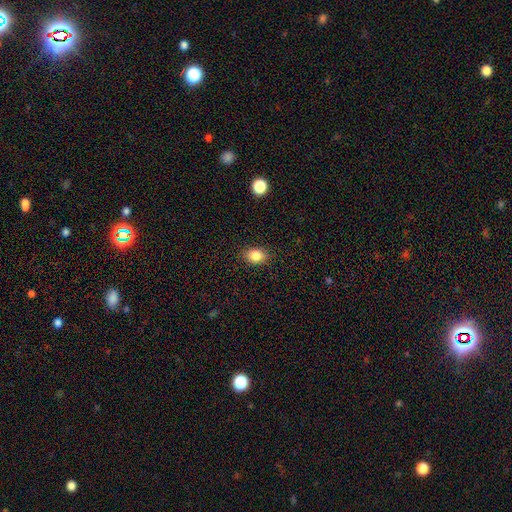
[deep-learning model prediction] smooth-or-featured: smooth: 84% | star or artifact: 10% | featured or disk: 6%
  how-rounded: in between: 61% | round: 38% | cigar-shaped: 1%
  merging: none: 86% | minor disturbance: 10% | major disturbance: 3% | merger: 1%